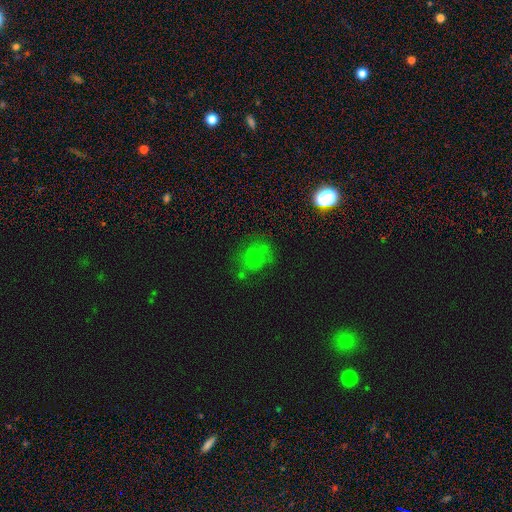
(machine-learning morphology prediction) A smooth galaxy with no disk features (62%) that is round (61%).

Vote fractions:
- Smooth or featured? smooth: 62% / star or artifact: 20% / featured or disk: 18%
- How rounded? round: 61% / in between: 38% / cigar-shaped: 1%
- Merging? none: 57% / minor disturbance: 25% / major disturbance: 13% / merger: 5%